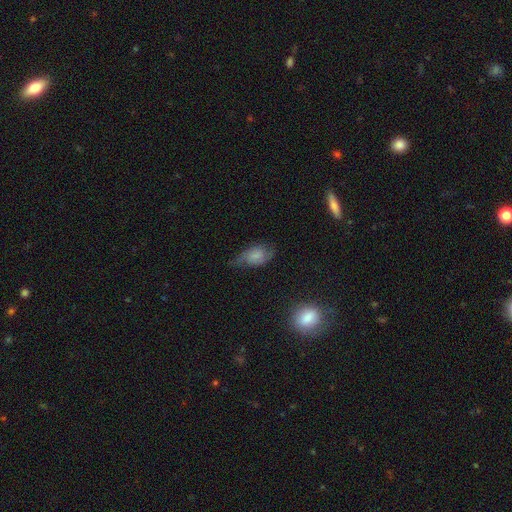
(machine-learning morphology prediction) smooth 52%, featured or disk 38%, star or artifact 10%. Down the decision tree: how rounded — in between (87%); merging — none (51%).